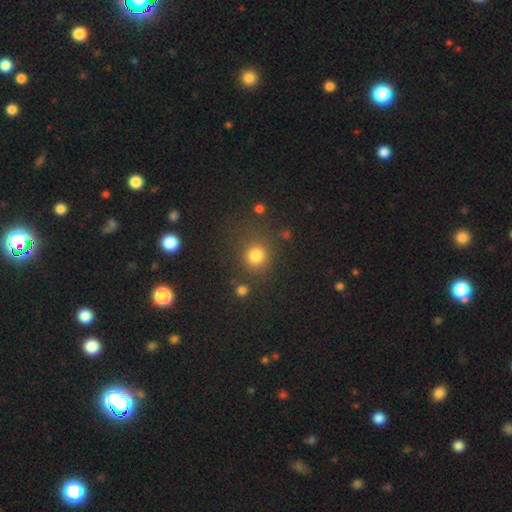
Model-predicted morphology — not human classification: smooth-or-featured: smooth: 81% | star or artifact: 14% | featured or disk: 5%
  how-rounded: round: 89% | in between: 10% | cigar-shaped: 1%
  merging: none: 76% | minor disturbance: 11% | merger: 8% | major disturbance: 6%